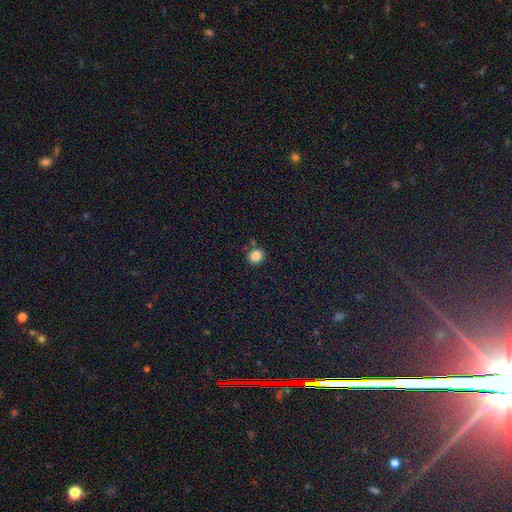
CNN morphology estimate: Smooth or featured? Predicted: smooth (p=0.85). How rounded? Predicted: round (p=0.83). Merging? Predicted: none (p=0.80).